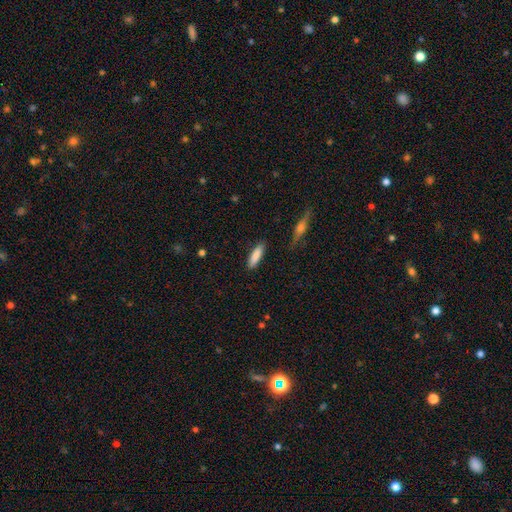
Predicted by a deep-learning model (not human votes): A smooth galaxy with no disk features (85%) that is cigar-shaped (61%).

Vote fractions:
- Smooth or featured? smooth: 85% / featured or disk: 9% / star or artifact: 6%
- How rounded? cigar-shaped: 61% / in between: 38% / round: 2%
- Merging? none: 87% / minor disturbance: 9% / major disturbance: 2% / merger: 2%